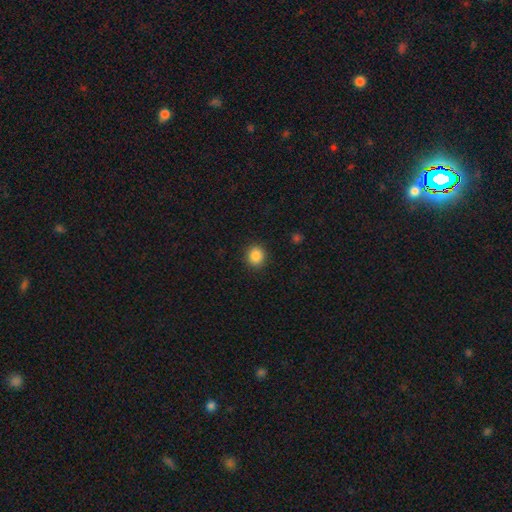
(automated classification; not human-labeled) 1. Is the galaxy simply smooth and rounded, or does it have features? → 87% smooth, 10% star or artifact, 4% featured or disk.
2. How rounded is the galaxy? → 85% round, 14% in between, 1% cigar-shaped.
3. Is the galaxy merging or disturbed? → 91% none, 6% minor disturbance, 2% major disturbance, 1% merger.